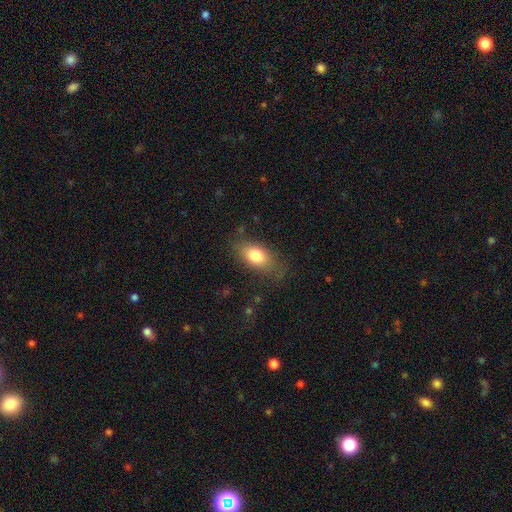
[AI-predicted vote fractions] Smooth or featured? smooth (78%)
How rounded? in between (87%)
Merging? none (71%)